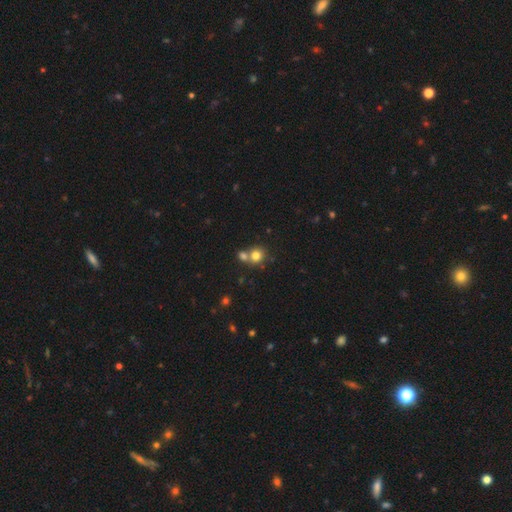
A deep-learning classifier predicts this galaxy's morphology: type=smooth (78%); roundness=round (86%); merging=none (50%).